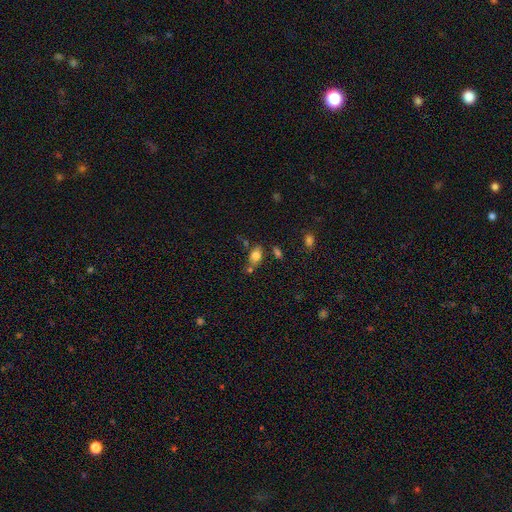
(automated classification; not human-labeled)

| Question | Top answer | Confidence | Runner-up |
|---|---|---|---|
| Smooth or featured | smooth | 77% | featured or disk (14%) |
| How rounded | in between | 81% | round (15%) |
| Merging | none | 63% | minor disturbance (17%) |